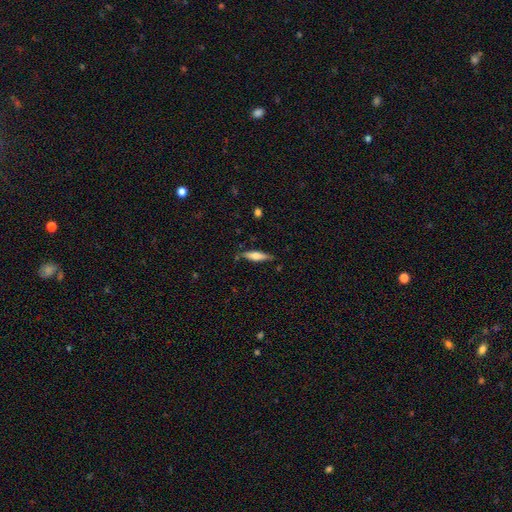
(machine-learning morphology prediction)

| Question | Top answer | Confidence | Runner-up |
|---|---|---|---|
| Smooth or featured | smooth | 57% | featured or disk (36%) |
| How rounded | cigar-shaped | 67% | in between (32%) |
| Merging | none | 78% | minor disturbance (16%) |